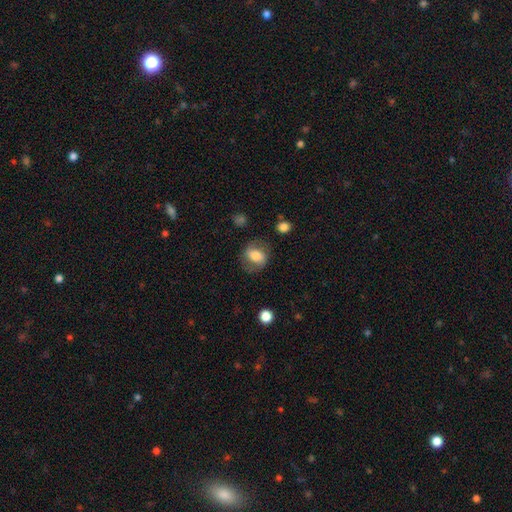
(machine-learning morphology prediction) Smooth or featured?
  - smooth: 61% *
  - featured or disk: 31%
  - star or artifact: 8%
How rounded?
  - in between: 53% *
  - round: 45%
  - cigar-shaped: 2%
Merging?
  - none: 73% *
  - minor disturbance: 16%
  - major disturbance: 9%
  - merger: 2%